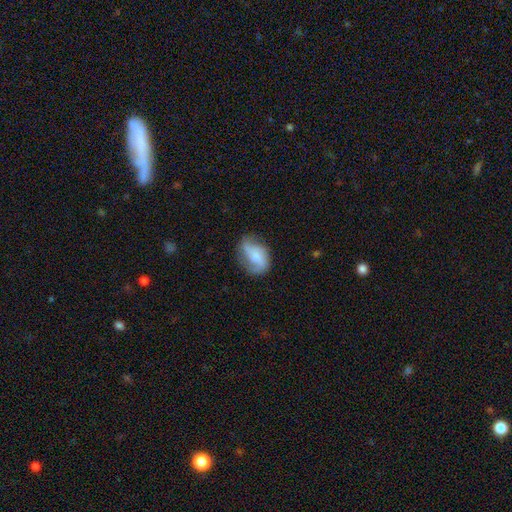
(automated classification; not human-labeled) Overall: featured or disk (47%; smooth 44%). Merging: none (57%; minor disturbance 27%).